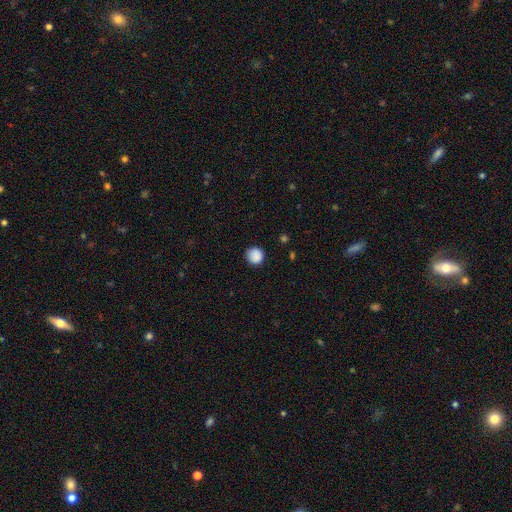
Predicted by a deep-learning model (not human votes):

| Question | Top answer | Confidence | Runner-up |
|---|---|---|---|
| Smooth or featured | smooth | 88% | star or artifact (9%) |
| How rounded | round | 93% | in between (6%) |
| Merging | none | 87% | minor disturbance (9%) |